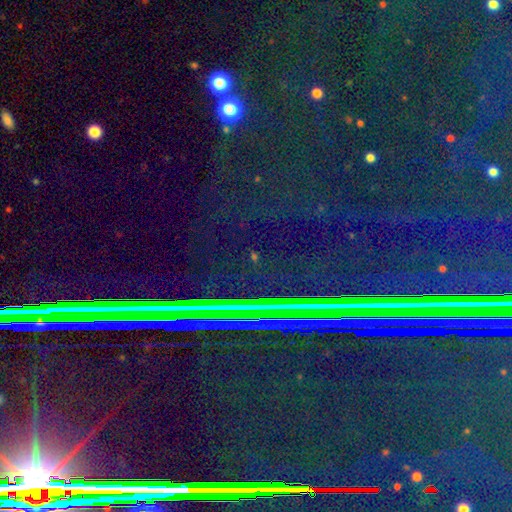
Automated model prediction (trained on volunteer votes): Smooth or featured?
  - star or artifact: 87% *
  - featured or disk: 7%
  - smooth: 7%